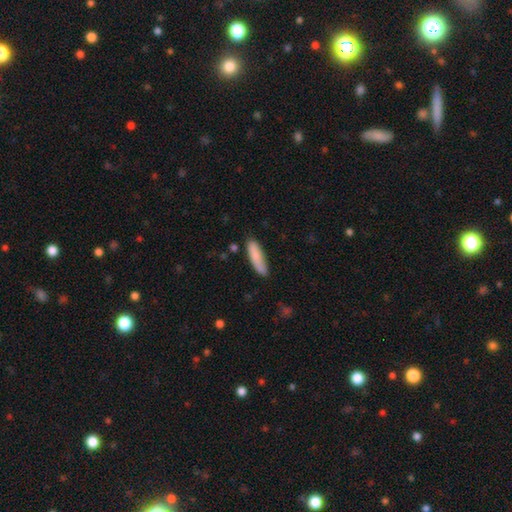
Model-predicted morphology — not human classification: smooth 85%, featured or disk 9%, star or artifact 6%. Down the decision tree: how rounded — cigar-shaped (65%); merging — none (78%).